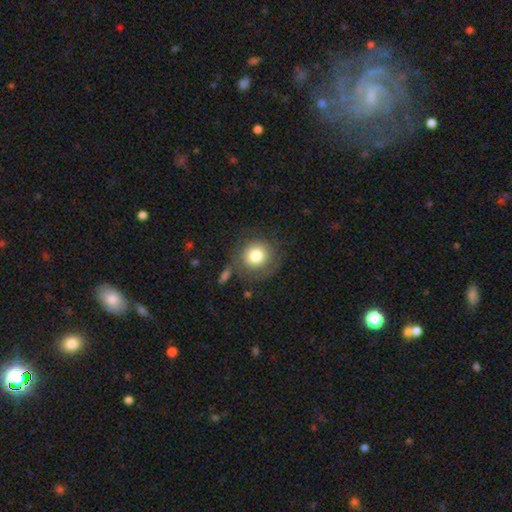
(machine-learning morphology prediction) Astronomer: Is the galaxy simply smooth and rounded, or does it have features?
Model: smooth — 77%.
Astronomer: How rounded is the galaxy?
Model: round — 91%.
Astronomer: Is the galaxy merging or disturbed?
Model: none — 71%.